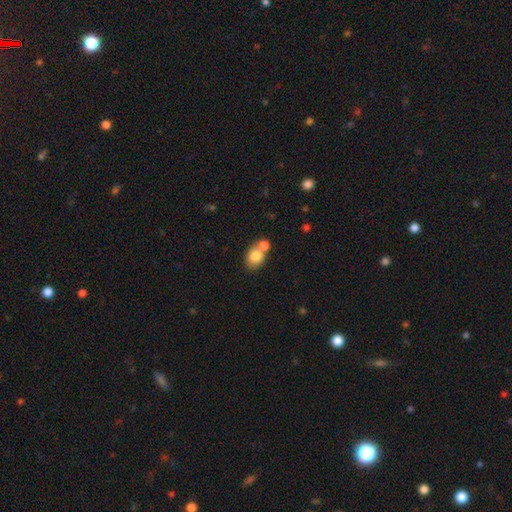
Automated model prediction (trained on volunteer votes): Smooth or featured? smooth (81%)
How rounded? in between (50%)
Merging? merger (49%)